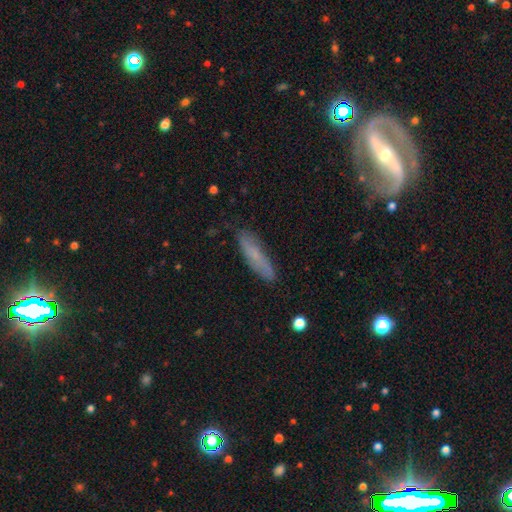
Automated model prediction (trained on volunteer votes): Morphology: type=smooth (61%); roundness=cigar-shaped (72%); merging=none (80%).